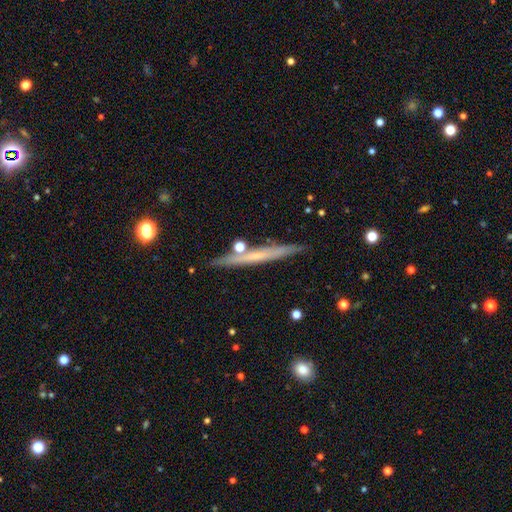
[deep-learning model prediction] This is possibly a featured or disk galaxy (53%). It is clearly viewed edge-on (94%). Edge-on bulge: likely none (76%). Merging: clearly none (83%).